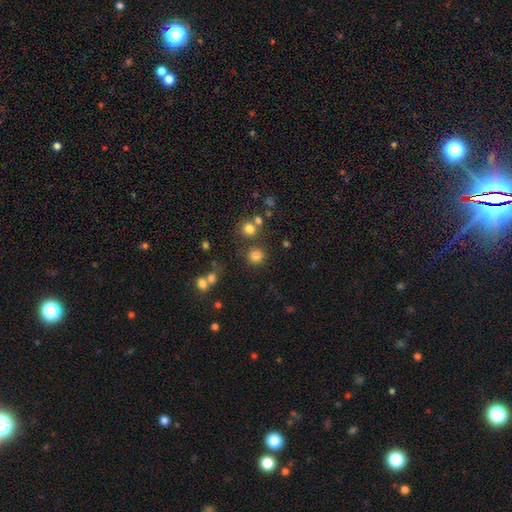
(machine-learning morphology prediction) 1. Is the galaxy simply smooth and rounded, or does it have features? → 80% smooth, 15% star or artifact, 5% featured or disk.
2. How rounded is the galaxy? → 88% round, 11% in between, 1% cigar-shaped.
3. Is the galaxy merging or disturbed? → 78% none, 10% merger, 8% minor disturbance, 4% major disturbance.